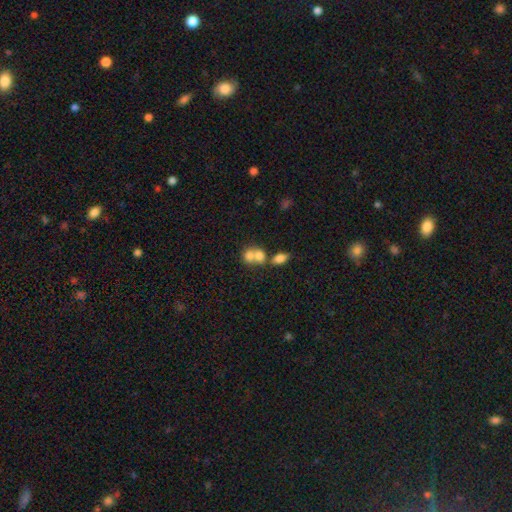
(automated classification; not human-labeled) Smooth or featured: smooth — 72% (featured or disk — 18%)
How rounded: round — 54% (in between — 44%)
Merging: merger — 66% (none — 24%)